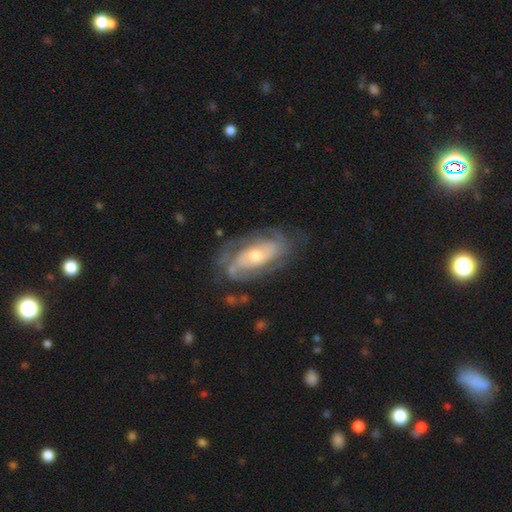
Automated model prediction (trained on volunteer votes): Smooth or featured?
  - featured or disk: 84% *
  - smooth: 11%
  - star or artifact: 5%
Edge-on disk?
  - no: 94% *
  - yes: 6%
Bar?
  - no: 60% *
  - weak: 28%
  - strong: 12%
Spiral arms?
  - yes: 92% *
  - no: 8%
Spiral winding?
  - tight: 55% *
  - medium: 35%
  - loose: 10%
Spiral arm count?
  - 2: 53% *
  - can't tell: 25%
  - 3: 11%
  - 1: 4%
  - 4: 4%
  - more than 4: 3%
Bulge size?
  - moderate: 58% *
  - small: 33%
  - large: 7%
  - none: 1%
  - dominant: 1%
Merging?
  - none: 70% *
  - minor disturbance: 19%
  - major disturbance: 10%
  - merger: 2%